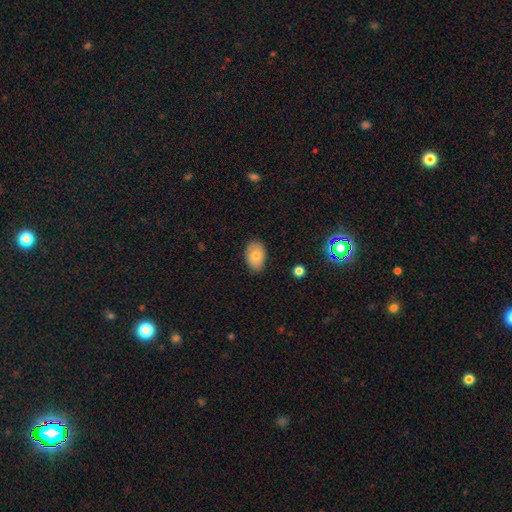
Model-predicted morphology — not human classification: type=smooth (77%); roundness=in between (83%); merging=none (83%).